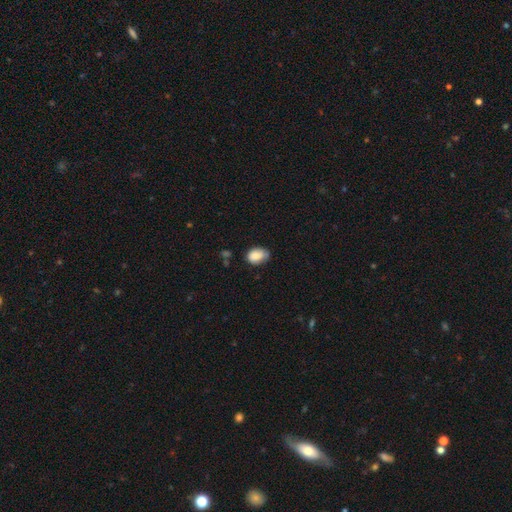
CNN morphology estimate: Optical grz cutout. It shows a smooth galaxy with no disk features (83%) that is in between round and cigar-shaped (79%). Merging: none (53%).